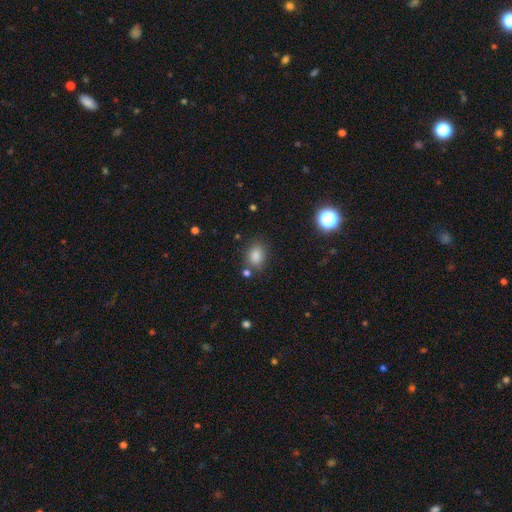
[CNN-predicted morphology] Overall: smooth (83%). How rounded: in between (59%; round 40%). Merging: none (74%).